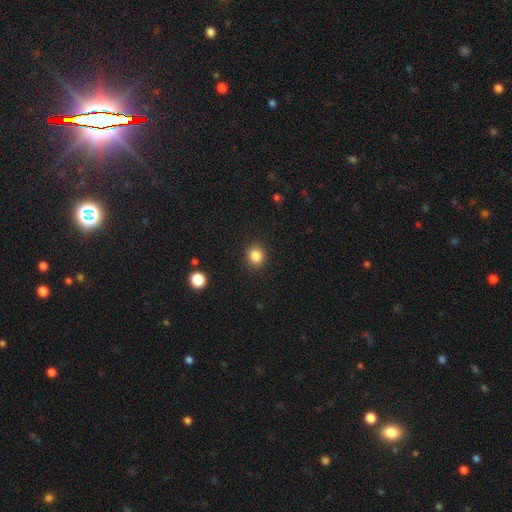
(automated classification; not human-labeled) Smooth or featured? Predicted: smooth (p=0.85). How rounded? Predicted: round (p=0.81). Merging? Predicted: none (p=0.90).